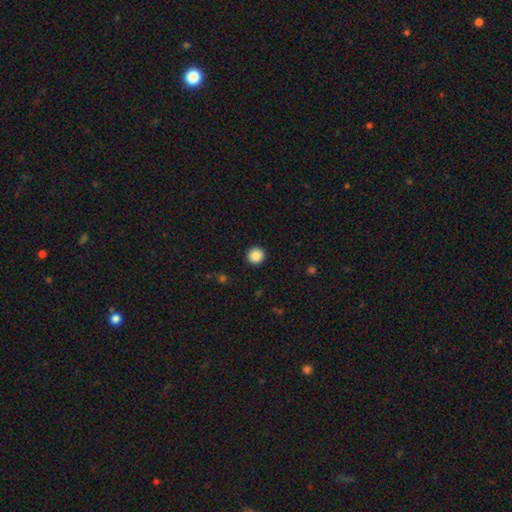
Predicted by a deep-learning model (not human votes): smooth_or_featured: smooth (p=0.88) [alt: star or artifact p=0.09]
how_rounded: round (p=0.94) [alt: in between p=0.05]
merging: none (p=0.93) [alt: minor disturbance p=0.05]